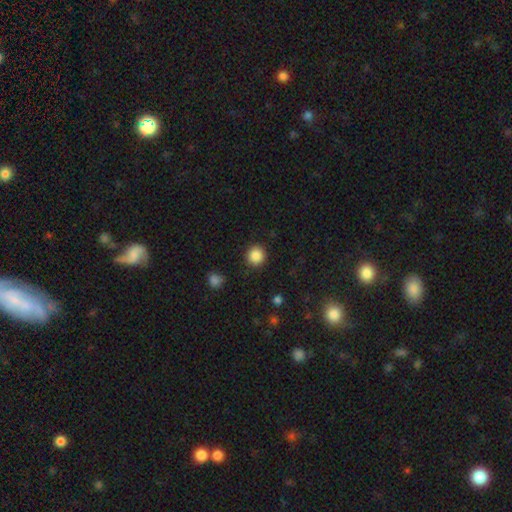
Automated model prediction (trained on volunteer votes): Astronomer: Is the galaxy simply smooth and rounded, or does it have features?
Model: smooth — 87%.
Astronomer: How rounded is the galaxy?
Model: round — 93%.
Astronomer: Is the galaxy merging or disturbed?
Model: none — 90%.